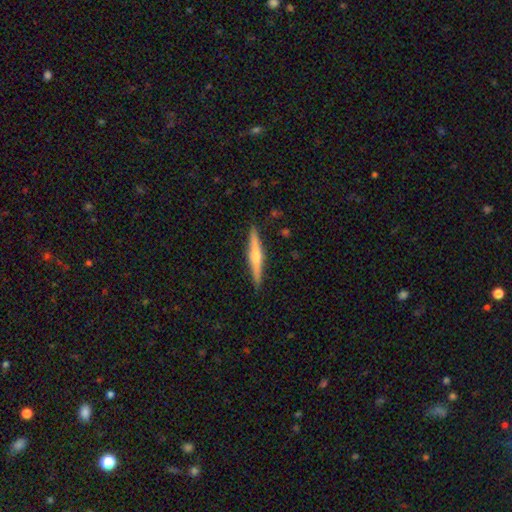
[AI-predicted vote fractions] featured or disk 69%, smooth 26%, star or artifact 5%. Down the decision tree: edge-on disk — yes (98%); edge-on bulge — rounded (90%); merging — none (91%).